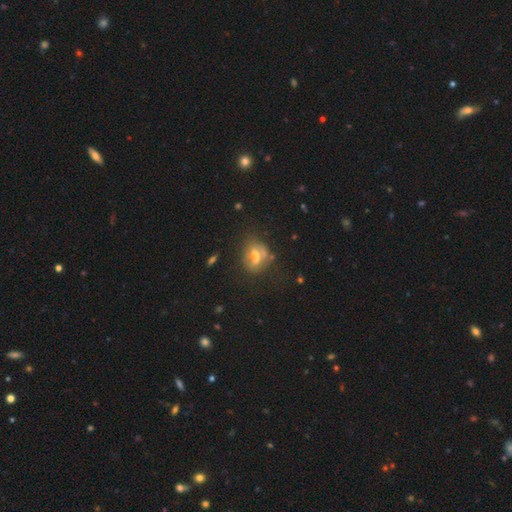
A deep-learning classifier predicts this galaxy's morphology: Q: Smooth or featured?
A: smooth (46%); runner-up: featured or disk (34%)
Q: Merging?
A: none (60%); runner-up: minor disturbance (21%)